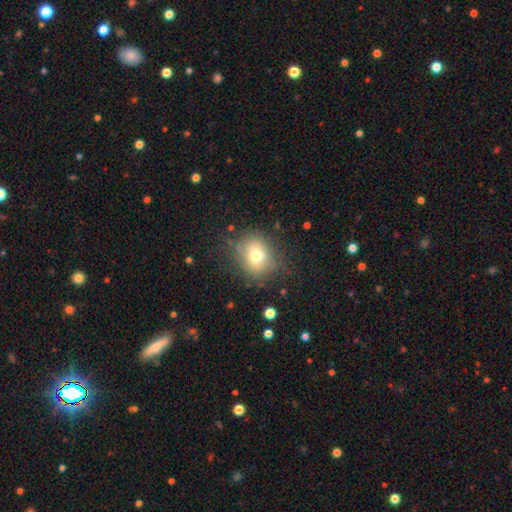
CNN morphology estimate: Smooth or featured: smooth — 70% (featured or disk — 17%)
How rounded: round — 66% (in between — 33%)
Merging: none — 71% (minor disturbance — 18%)